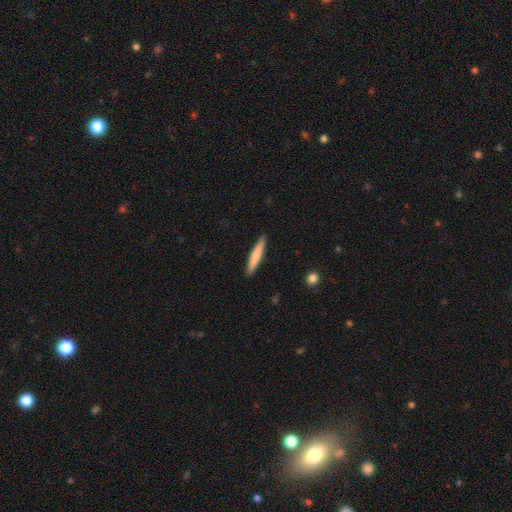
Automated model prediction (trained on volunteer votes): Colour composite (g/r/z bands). It shows a smooth galaxy with no disk features (74%) that is cigar-shaped (93%). Merging: none (91%).